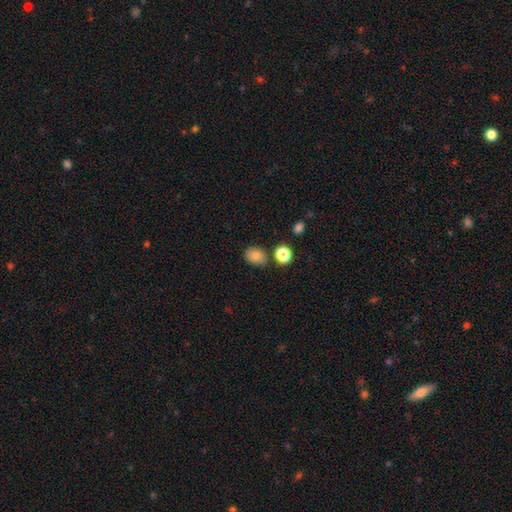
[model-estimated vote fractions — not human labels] Smooth or featured: smooth — 82% (star or artifact — 10%)
How rounded: in between — 64% (round — 35%)
Merging: none — 78% (minor disturbance — 13%)